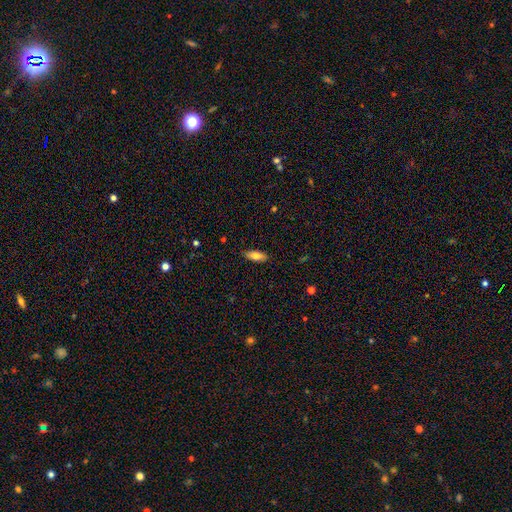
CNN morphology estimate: smooth-or-featured: smooth: 79% | featured or disk: 14% | star or artifact: 7%
  how-rounded: in between: 75% | cigar-shaped: 23% | round: 2%
  merging: none: 87% | minor disturbance: 10% | major disturbance: 2% | merger: 1%